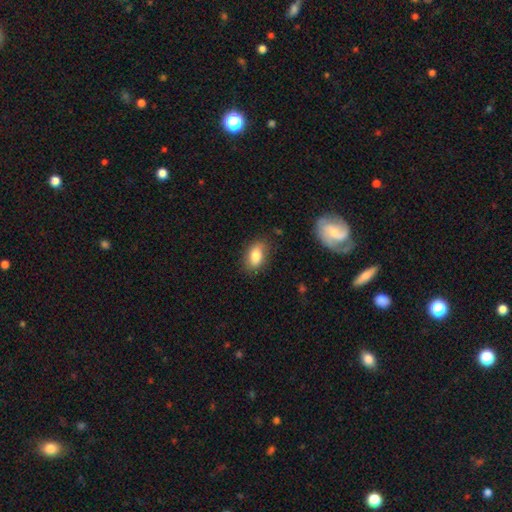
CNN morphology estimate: A smooth galaxy with no disk features (81%) that is in between round and cigar-shaped (87%).

Vote fractions:
- Smooth or featured? smooth: 81% / featured or disk: 11% / star or artifact: 8%
- How rounded? in between: 87% / round: 10% / cigar-shaped: 3%
- Merging? none: 78% / minor disturbance: 17% / major disturbance: 4% / merger: 2%